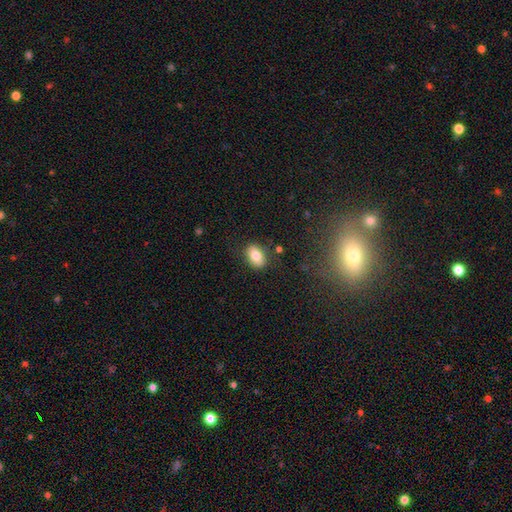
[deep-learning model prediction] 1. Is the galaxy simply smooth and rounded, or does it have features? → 78% smooth, 13% featured or disk, 8% star or artifact.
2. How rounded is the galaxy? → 83% in between, 15% round, 1% cigar-shaped.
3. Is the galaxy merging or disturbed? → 82% none, 12% minor disturbance, 3% major disturbance, 3% merger.